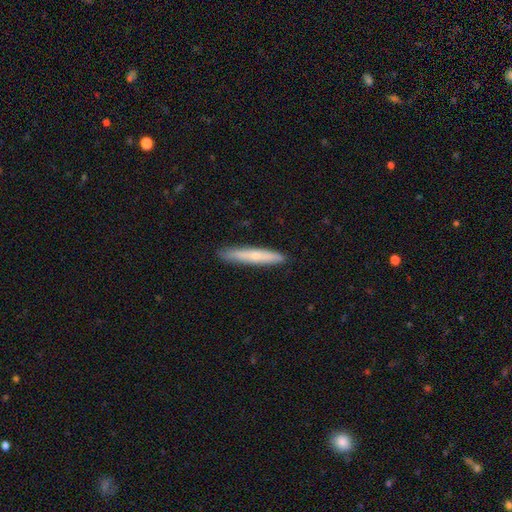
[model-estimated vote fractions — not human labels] Morphology: type=smooth (62%); roundness=cigar-shaped (94%); merging=none (89%).